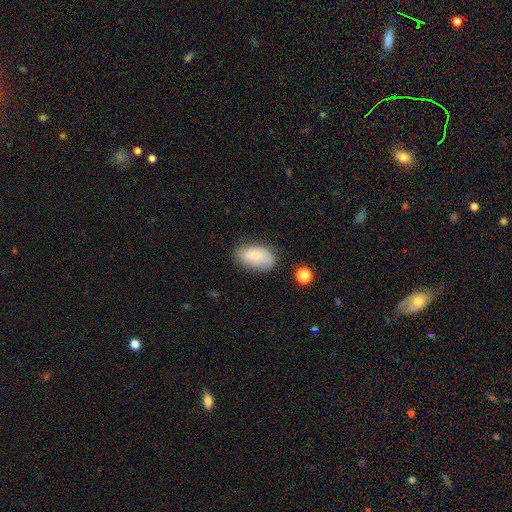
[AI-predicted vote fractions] smooth-or-featured: smooth: 83% | featured or disk: 10% | star or artifact: 7%
  how-rounded: in between: 93% | round: 4% | cigar-shaped: 2%
  merging: none: 68% | minor disturbance: 23% | major disturbance: 6% | merger: 3%